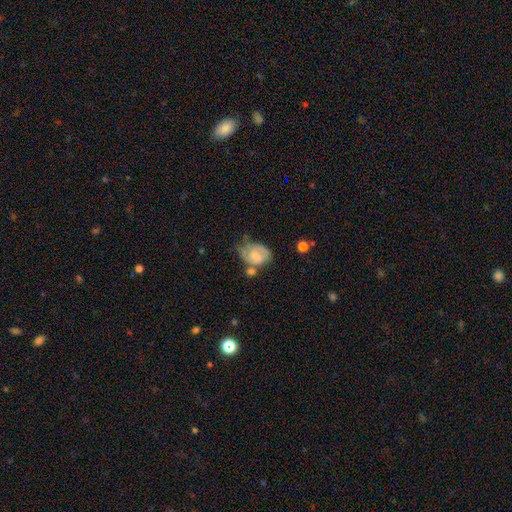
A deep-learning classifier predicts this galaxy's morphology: featured or disk 49%, smooth 43%, star or artifact 8%. Down the decision tree: merging — none (35%).